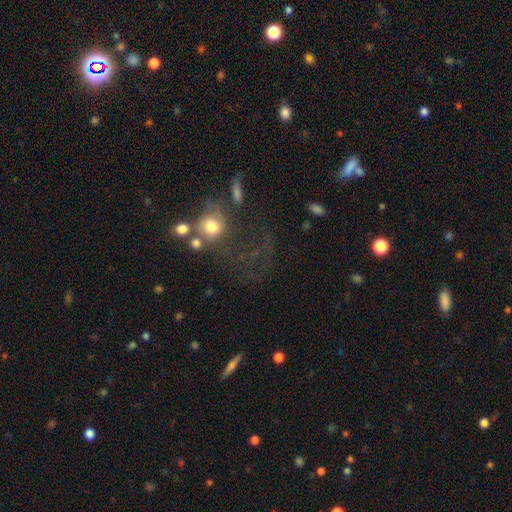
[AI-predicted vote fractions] Smooth or featured: smooth — 41% (star or artifact — 32%)
Merging: none — 32% (major disturbance — 30%)